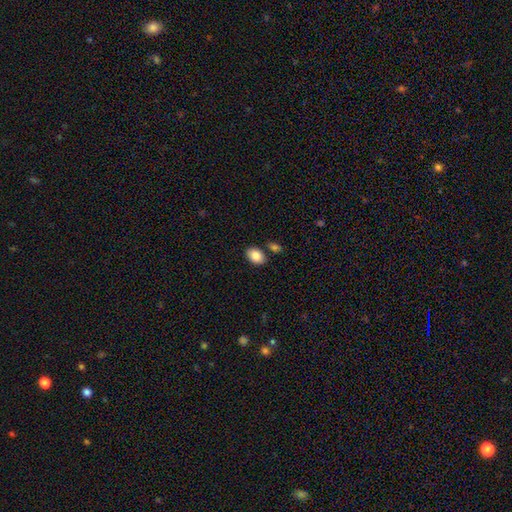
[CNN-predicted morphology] Smooth or featured? Predicted: smooth (p=0.86). How rounded? Predicted: in between (p=0.85). Merging? Predicted: none (p=0.78).